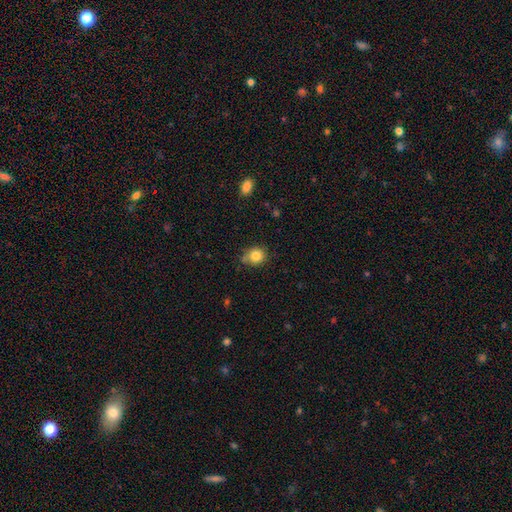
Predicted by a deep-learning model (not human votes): Q: Smooth or featured?
A: smooth (83%); runner-up: star or artifact (10%)
Q: How rounded?
A: round (77%); runner-up: in between (22%)
Q: Merging?
A: none (70%); runner-up: minor disturbance (21%)